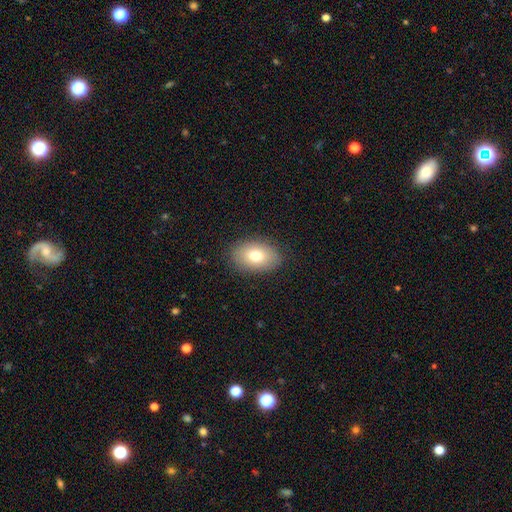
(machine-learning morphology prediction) Q: Smooth or featured?
A: smooth (75%); runner-up: featured or disk (16%)
Q: How rounded?
A: in between (85%); runner-up: round (13%)
Q: Merging?
A: none (87%); runner-up: minor disturbance (9%)